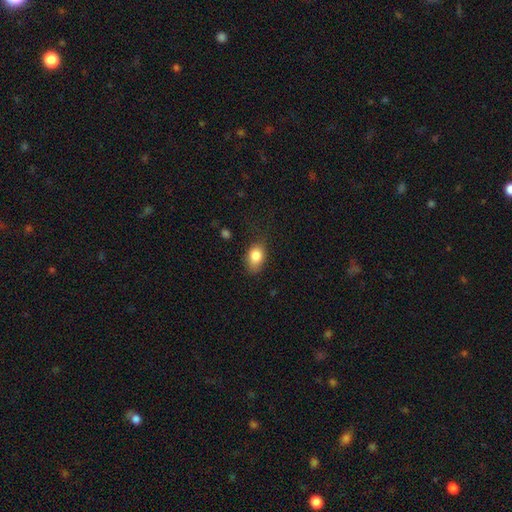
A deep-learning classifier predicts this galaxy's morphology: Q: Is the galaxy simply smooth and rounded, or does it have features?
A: smooth — 84%.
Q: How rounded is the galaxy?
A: in between — 78%.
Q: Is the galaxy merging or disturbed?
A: none — 68%.